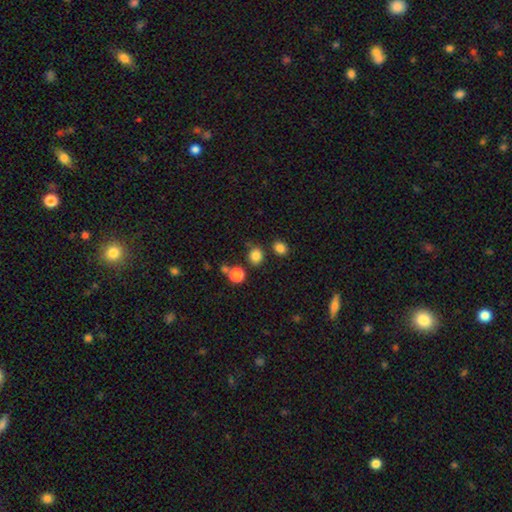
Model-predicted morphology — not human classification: smooth_or_featured: smooth (p=0.83) [alt: star or artifact p=0.13]
how_rounded: round (p=0.77) [alt: in between p=0.22]
merging: none (p=0.79) [alt: merger p=0.09]